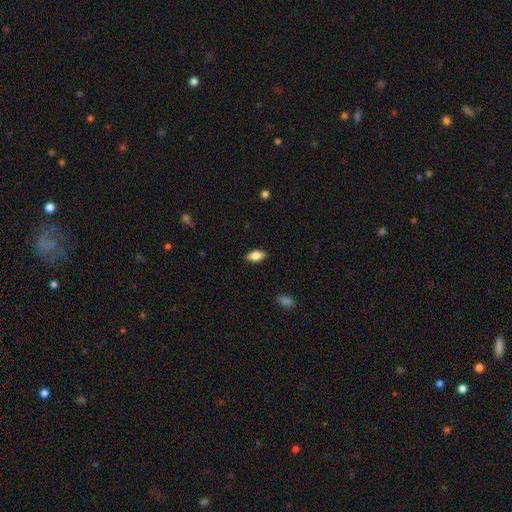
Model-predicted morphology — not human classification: Q: Smooth or featured?
A: smooth (81%); runner-up: featured or disk (12%)
Q: How rounded?
A: in between (88%); runner-up: cigar-shaped (9%)
Q: Merging?
A: none (87%); runner-up: minor disturbance (9%)